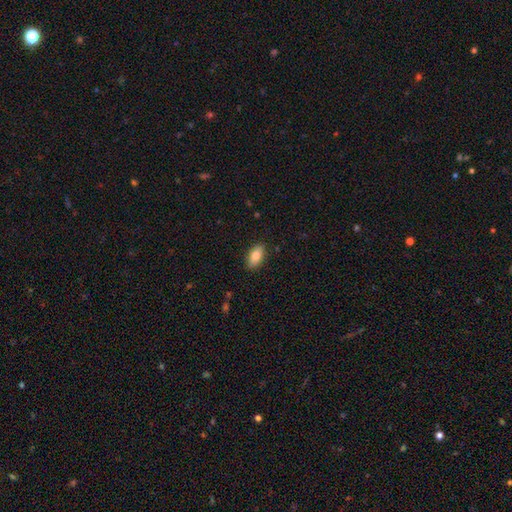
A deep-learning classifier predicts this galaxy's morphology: Smooth or featured? Predicted: smooth (p=0.82). How rounded? Predicted: in between (p=0.91). Merging? Predicted: none (p=0.88).